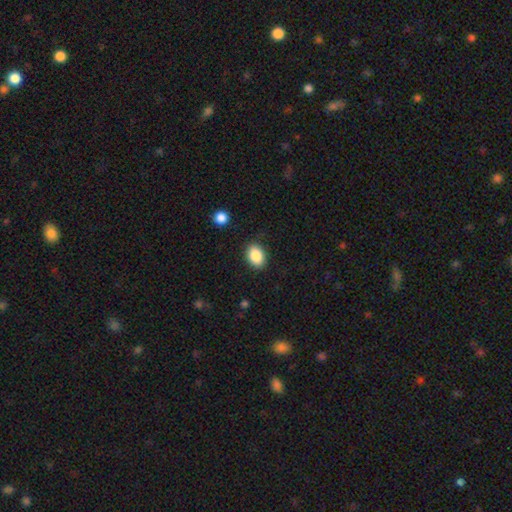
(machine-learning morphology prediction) This is clearly a smooth galaxy (88%). How rounded: likely in between (79%). Merging: clearly none (86%).